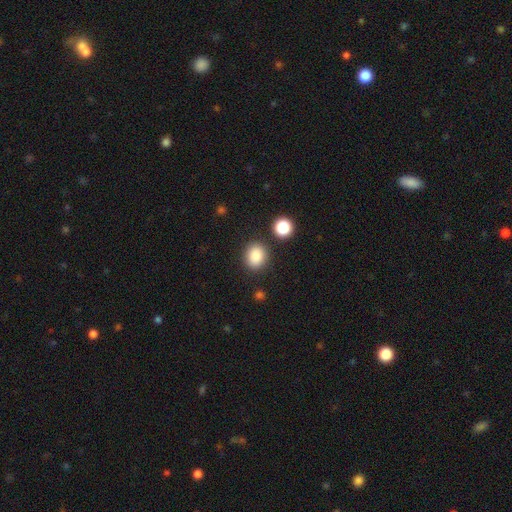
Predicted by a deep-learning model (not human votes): smooth 86%, star or artifact 10%, featured or disk 4%. Down the decision tree: how rounded — round (62%); merging — none (84%).